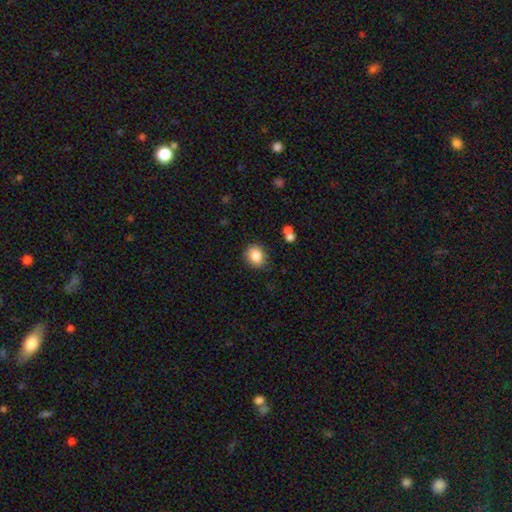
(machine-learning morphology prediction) Smooth or featured? smooth (85%)
How rounded? round (67%)
Merging? none (85%)